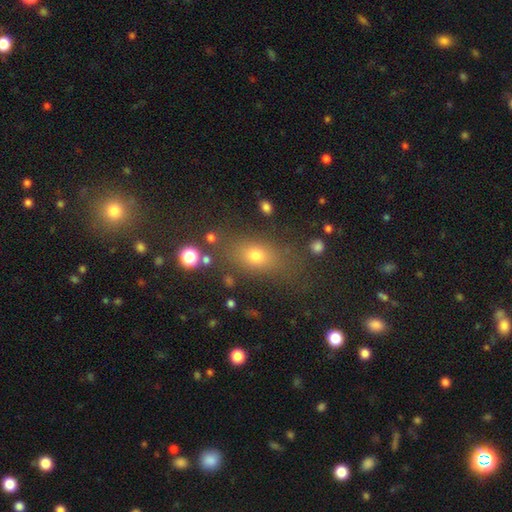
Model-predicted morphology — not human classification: This is likely a smooth galaxy (64%). How rounded: likely in between (64%). Merging: likely none (77%).